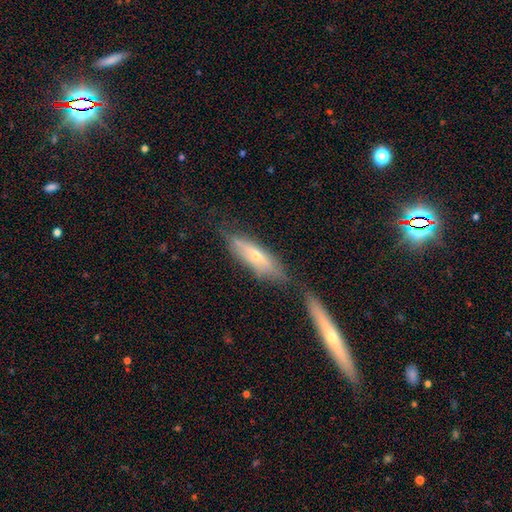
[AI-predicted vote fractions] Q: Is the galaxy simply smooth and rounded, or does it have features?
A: featured or disk — 47%.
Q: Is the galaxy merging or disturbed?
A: none — 56%.